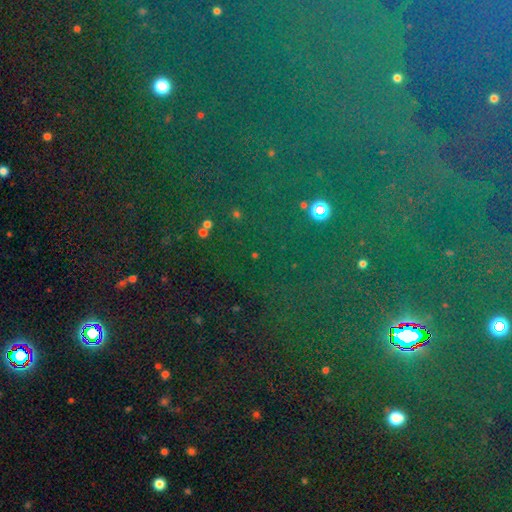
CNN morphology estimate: Smooth or featured? Predicted: star or artifact (p=0.68).